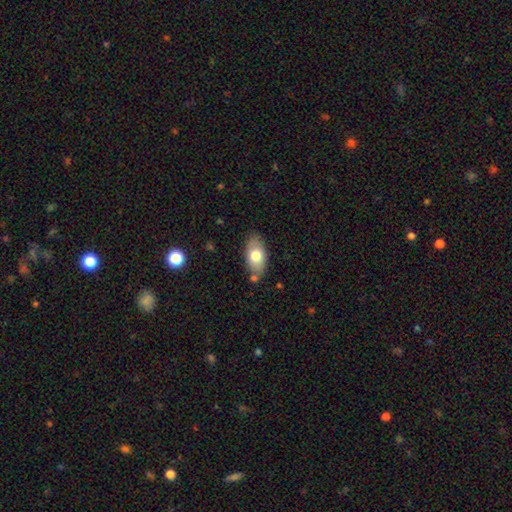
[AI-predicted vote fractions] Smooth or featured? smooth (73%)
How rounded? in between (92%)
Merging? none (77%)